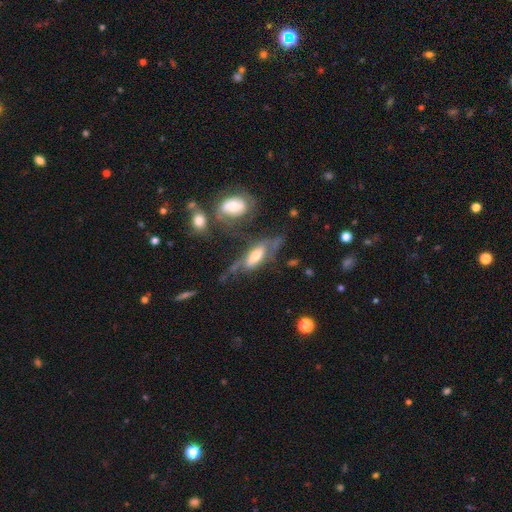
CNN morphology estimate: This appears to be a featured or disk galaxy (62%). Merging: none (36%).